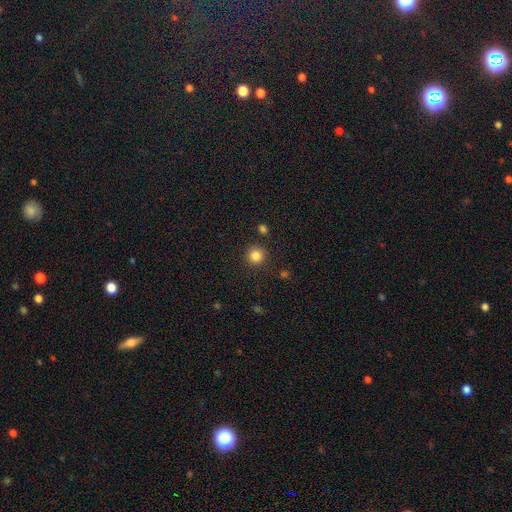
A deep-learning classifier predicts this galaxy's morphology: smooth 84%, star or artifact 11%, featured or disk 4%. Down the decision tree: how rounded — round (94%); merging — none (89%).